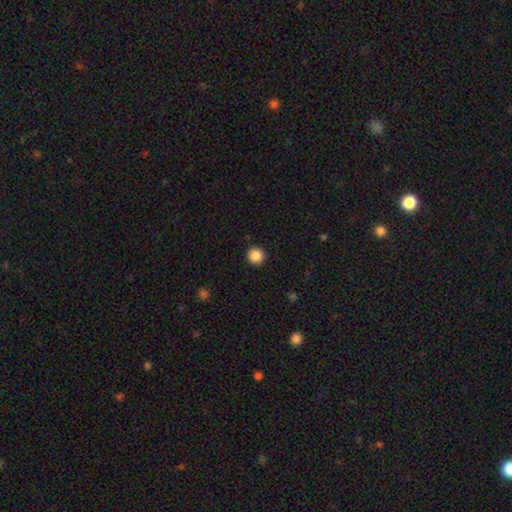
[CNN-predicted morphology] type=smooth (87%); roundness=round (96%); merging=none (93%).